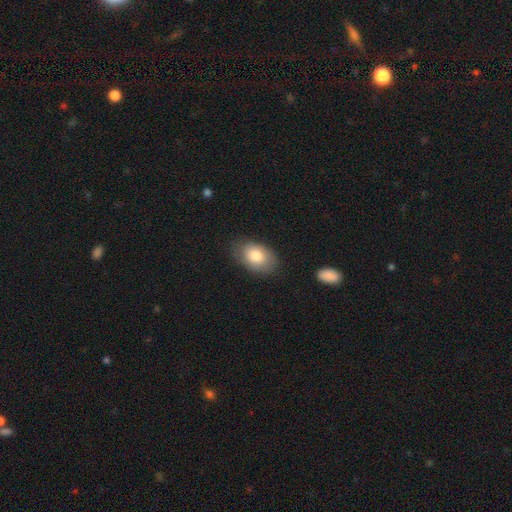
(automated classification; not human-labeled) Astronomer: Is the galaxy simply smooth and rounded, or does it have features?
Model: smooth — 82%.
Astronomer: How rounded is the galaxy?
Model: in between — 89%.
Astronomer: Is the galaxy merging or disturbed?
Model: none — 78%.